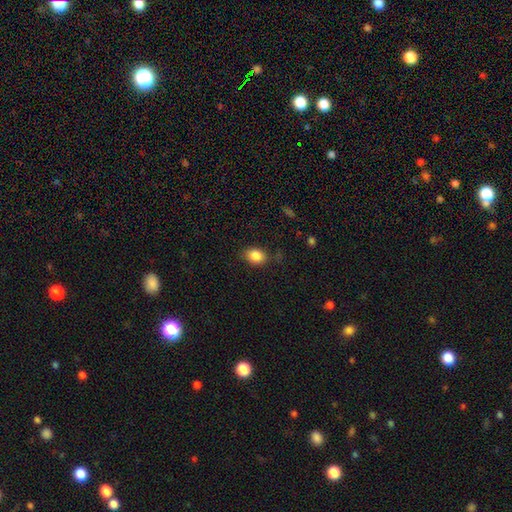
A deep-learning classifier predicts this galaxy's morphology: The model was most divided on "how rounded": in between: 68%, round: 31%, cigar-shaped: 1%. More confident: smooth or featured — smooth (85%); merging — none (80%).